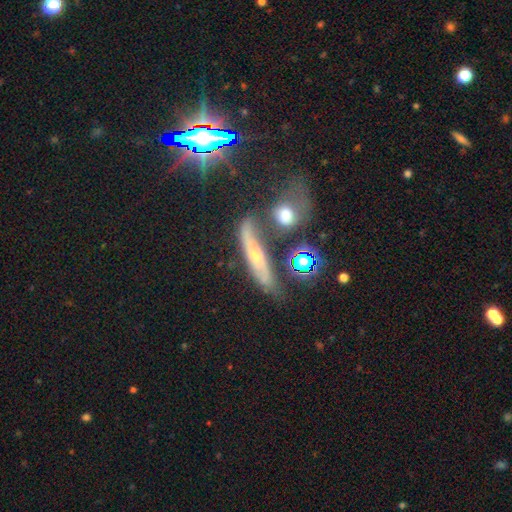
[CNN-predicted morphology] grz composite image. It shows a featured or disk galaxy (47%). Merging: none (47%).